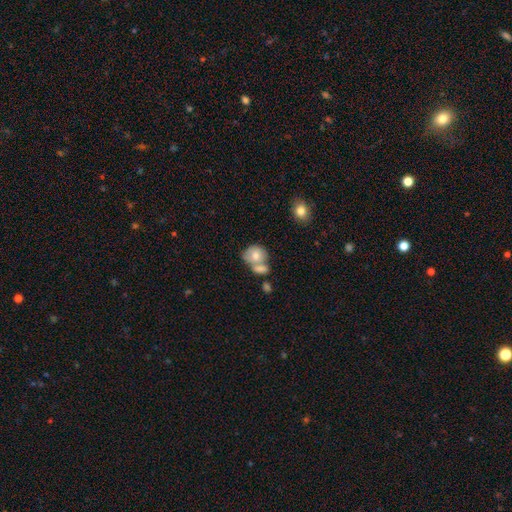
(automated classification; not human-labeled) smooth_or_featured: smooth (p=0.70) [alt: featured or disk p=0.22]
how_rounded: round (p=0.65) [alt: in between p=0.34]
merging: merger (p=0.50) [alt: none p=0.32]